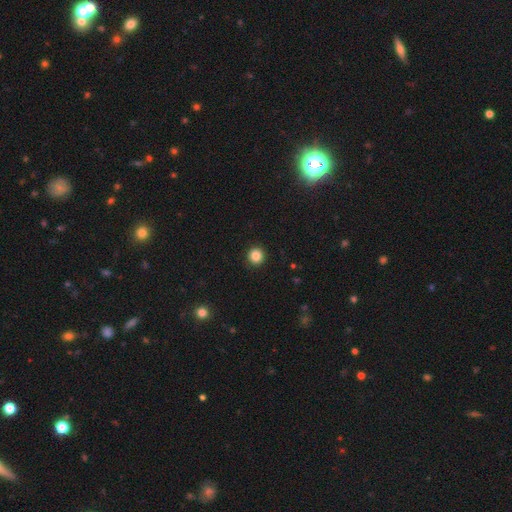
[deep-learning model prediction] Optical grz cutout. It shows a smooth galaxy with no disk features (86%) that is round (94%). Merging: none (93%).